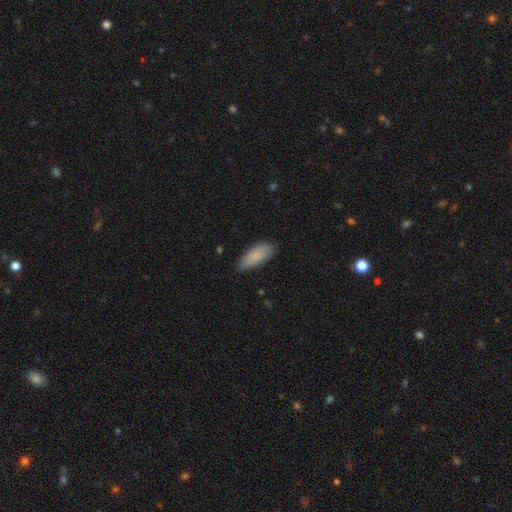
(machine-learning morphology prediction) Q: Smooth or featured?
A: smooth (86%); runner-up: featured or disk (8%)
Q: How rounded?
A: in between (81%); runner-up: cigar-shaped (17%)
Q: Merging?
A: none (75%); runner-up: minor disturbance (21%)